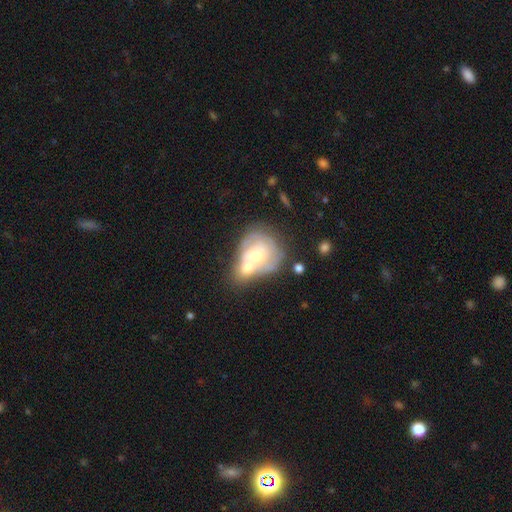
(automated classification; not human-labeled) A featured or disk galaxy (54%) with no bar (79%), spiral arms (52%) and a moderate central bulge (53%). Merging: merger (57%).